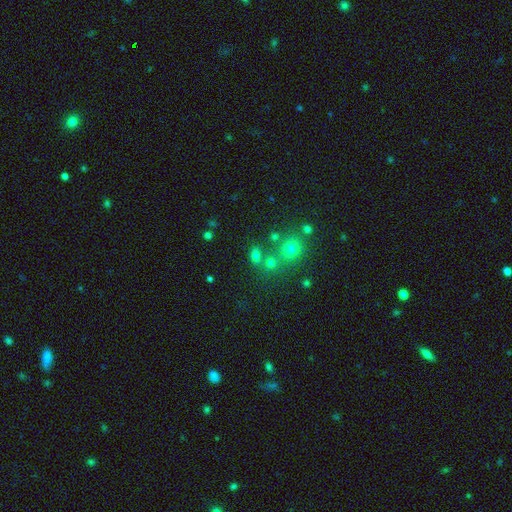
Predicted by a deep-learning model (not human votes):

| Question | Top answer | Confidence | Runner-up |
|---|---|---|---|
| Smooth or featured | smooth | 68% | star or artifact (22%) |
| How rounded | in between | 63% | round (35%) |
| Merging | none | 61% | merger (23%) |